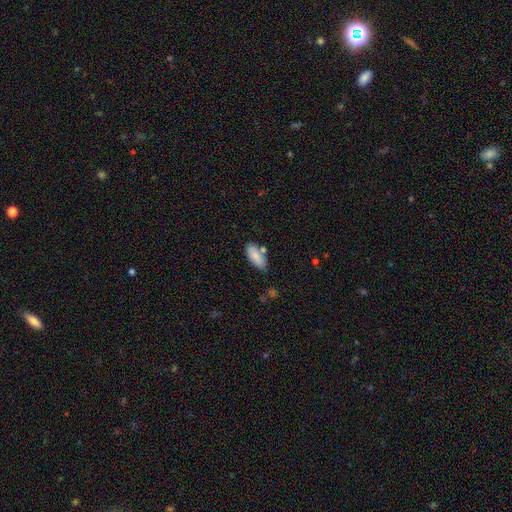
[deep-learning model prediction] A smooth galaxy with no disk features (83%) that is in between round and cigar-shaped (83%). Merging: none (69%).